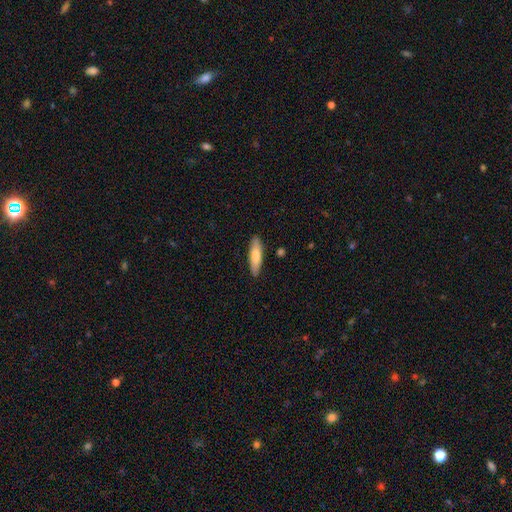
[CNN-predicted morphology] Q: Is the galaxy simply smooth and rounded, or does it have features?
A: smooth — 75%.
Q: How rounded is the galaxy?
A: cigar-shaped — 64%.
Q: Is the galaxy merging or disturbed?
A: none — 88%.